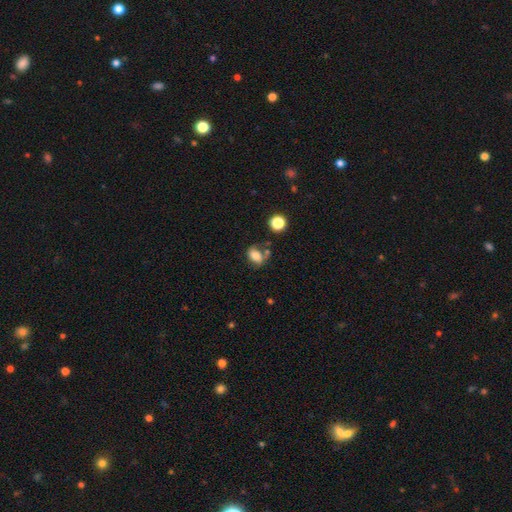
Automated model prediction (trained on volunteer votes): smooth-or-featured: smooth: 77% | featured or disk: 12% | star or artifact: 11%
  how-rounded: in between: 75% | round: 24% | cigar-shaped: 2%
  merging: none: 48% | minor disturbance: 24% | merger: 17% | major disturbance: 11%